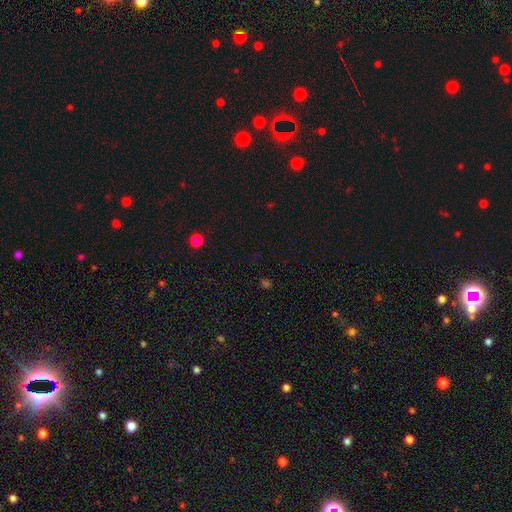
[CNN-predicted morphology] A star or artifact, not a galaxy (60%).